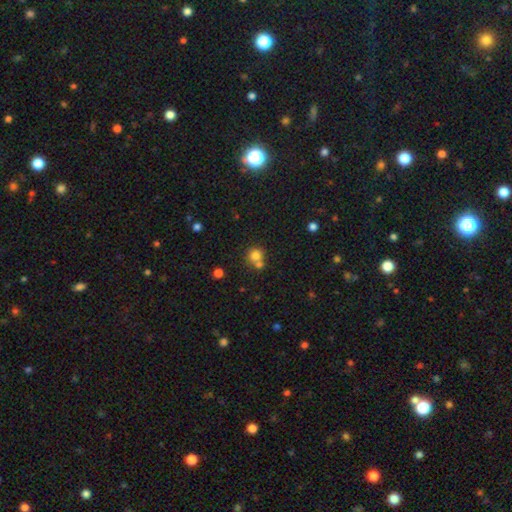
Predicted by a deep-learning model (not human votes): A smooth galaxy with no disk features (77%) that is round (87%). Merging: none (49%).